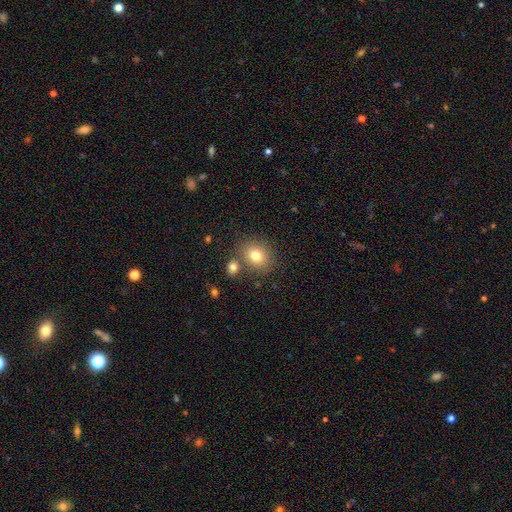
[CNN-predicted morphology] Overall: smooth (77%). How rounded: round (62%; in between 37%). Merging: none (71%).